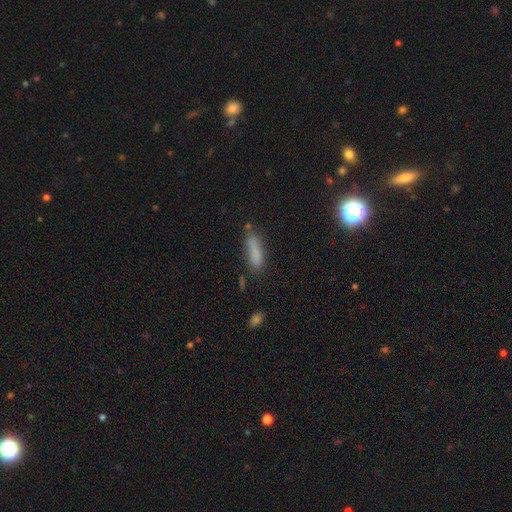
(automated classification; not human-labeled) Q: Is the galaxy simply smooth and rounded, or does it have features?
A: smooth — 76%.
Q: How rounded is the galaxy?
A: cigar-shaped — 66%.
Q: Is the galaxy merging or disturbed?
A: none — 71%.